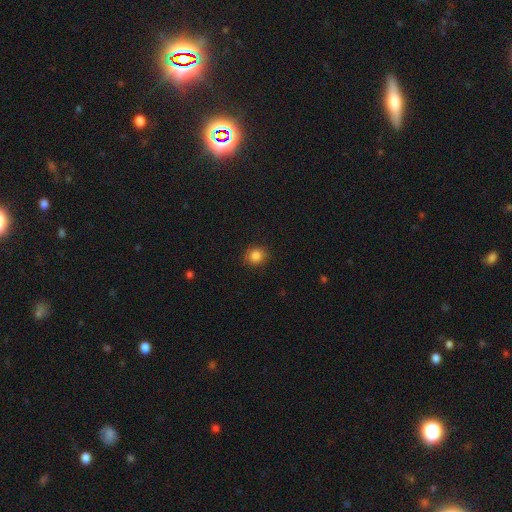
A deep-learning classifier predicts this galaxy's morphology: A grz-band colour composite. It shows a smooth galaxy with no disk features (85%) that is round (82%). Merging: none (88%).